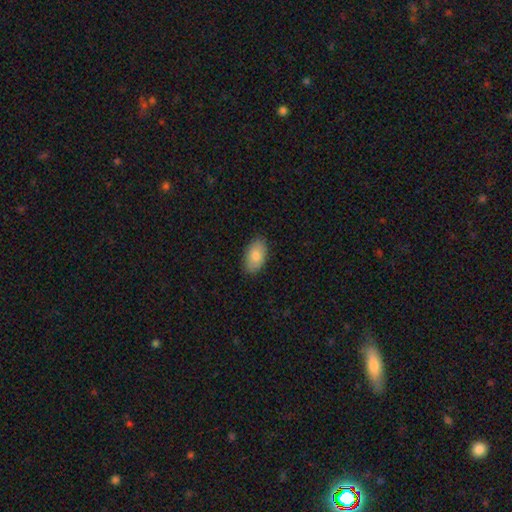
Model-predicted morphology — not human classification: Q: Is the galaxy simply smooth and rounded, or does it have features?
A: smooth — 83%.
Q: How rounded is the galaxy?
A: in between — 94%.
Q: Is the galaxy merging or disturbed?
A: none — 88%.